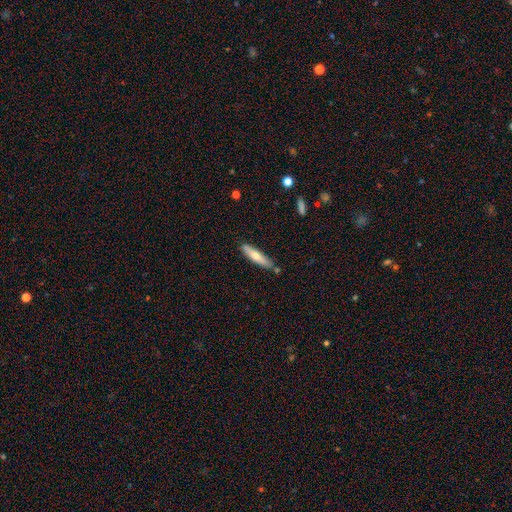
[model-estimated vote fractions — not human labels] Smooth or featured?
  - smooth: 62% *
  - featured or disk: 32%
  - star or artifact: 6%
How rounded?
  - cigar-shaped: 81% *
  - in between: 17%
  - round: 1%
Merging?
  - none: 79% *
  - minor disturbance: 14%
  - merger: 5%
  - major disturbance: 2%